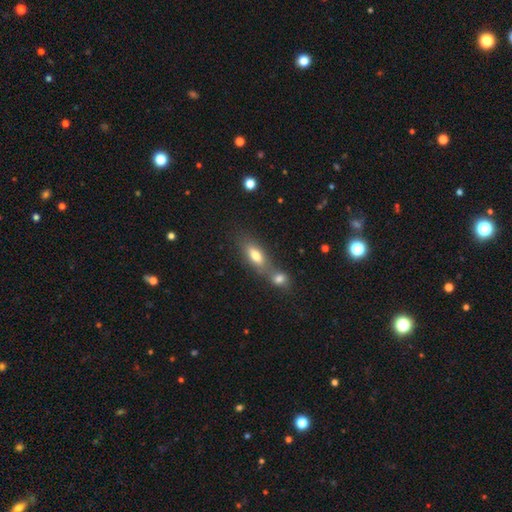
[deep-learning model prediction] Morphology: type=smooth (72%); roundness=in between (74%); merging=merger (53%).